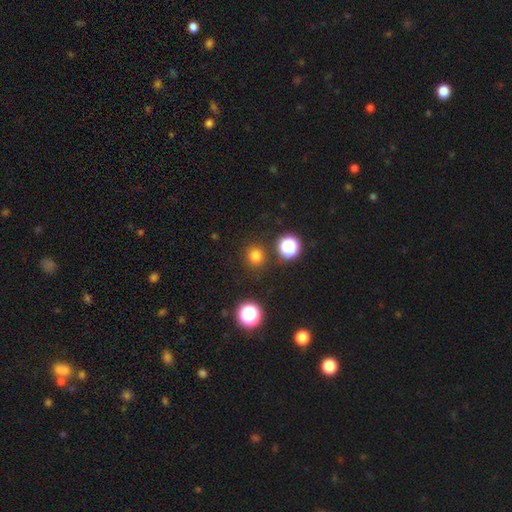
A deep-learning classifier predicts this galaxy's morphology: smooth-or-featured: smooth: 76% | star or artifact: 19% | featured or disk: 5%
  how-rounded: round: 92% | in between: 7% | cigar-shaped: 1%
  merging: none: 88% | minor disturbance: 6% | merger: 3% | major disturbance: 3%